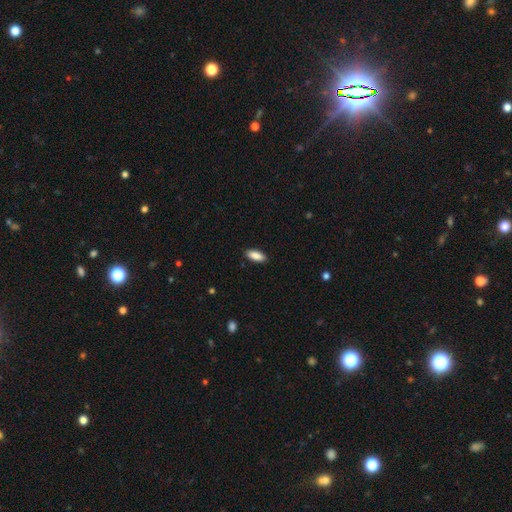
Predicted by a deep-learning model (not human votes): The model was most divided on "how rounded": in between: 85%, cigar-shaped: 13%, round: 2%. More confident: merging — none (90%); smooth or featured — smooth (89%).